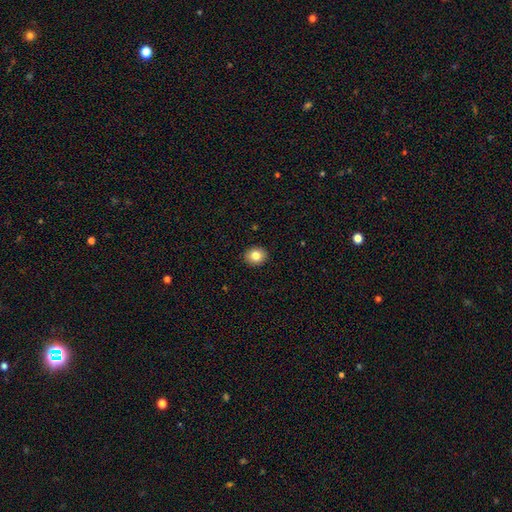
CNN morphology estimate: Smooth or featured? smooth (83%)
How rounded? round (65%)
Merging? none (92%)